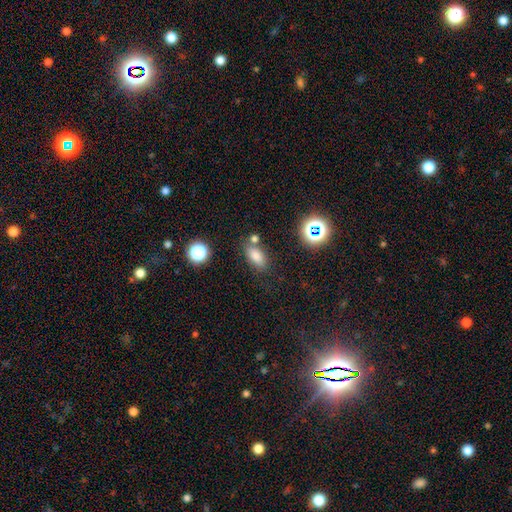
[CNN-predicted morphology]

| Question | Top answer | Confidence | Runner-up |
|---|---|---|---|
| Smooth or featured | smooth | 77% | star or artifact (14%) |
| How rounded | in between | 82% | round (9%) |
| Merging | none | 70% | minor disturbance (14%) |